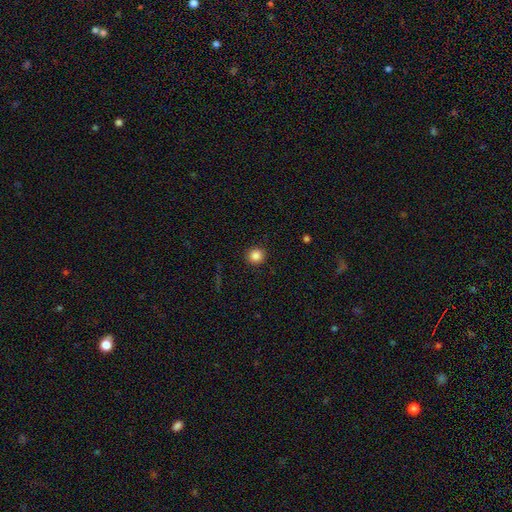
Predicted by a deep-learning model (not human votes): Smooth or featured? smooth (85%)
How rounded? round (91%)
Merging? none (91%)